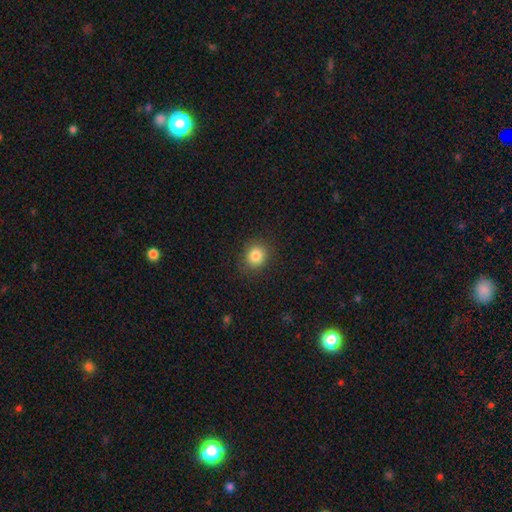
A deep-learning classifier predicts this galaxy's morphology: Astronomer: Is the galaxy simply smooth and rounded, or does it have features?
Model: smooth — 84%.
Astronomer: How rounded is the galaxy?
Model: round — 76%.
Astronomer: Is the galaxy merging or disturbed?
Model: none — 85%.